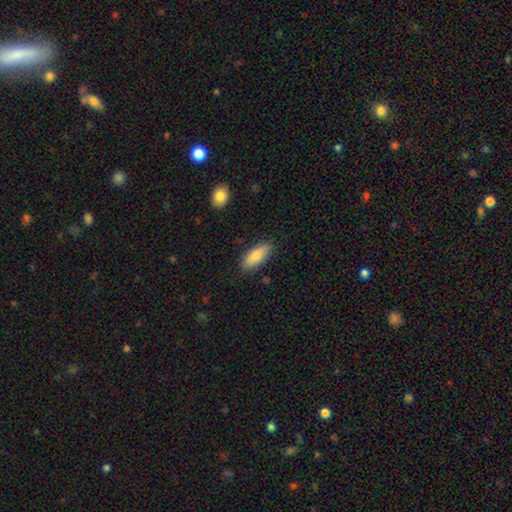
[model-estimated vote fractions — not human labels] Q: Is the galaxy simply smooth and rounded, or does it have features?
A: smooth — 83%.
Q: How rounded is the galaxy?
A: in between — 73%.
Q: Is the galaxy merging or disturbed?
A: none — 85%.